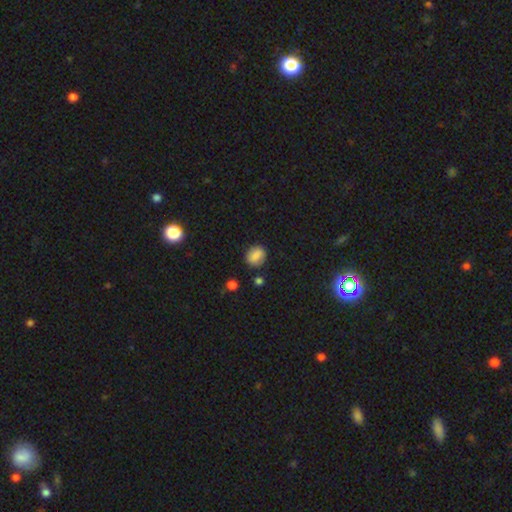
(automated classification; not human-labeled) Morphology: type=smooth (83%); roundness=round (57%); merging=none (80%).